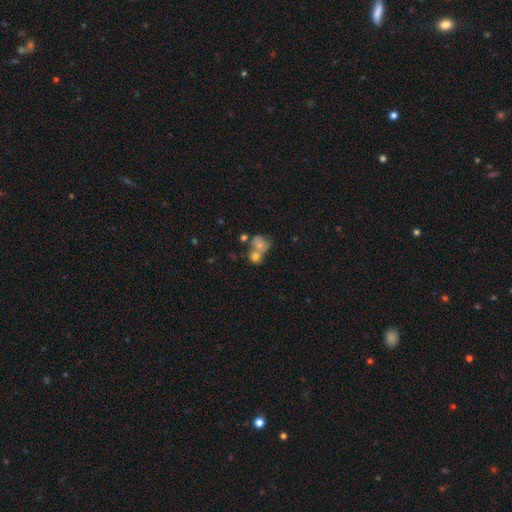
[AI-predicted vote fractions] Smooth or featured? Predicted: smooth (p=0.72). How rounded? Predicted: round (p=0.72). Merging? Predicted: merger (p=0.52).